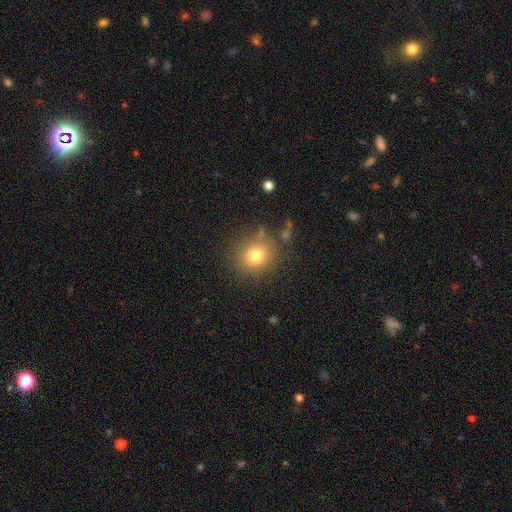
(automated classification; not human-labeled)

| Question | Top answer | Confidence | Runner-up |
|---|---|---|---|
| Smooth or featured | smooth | 76% | star or artifact (13%) |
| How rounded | round | 83% | in between (16%) |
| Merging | none | 80% | minor disturbance (12%) |